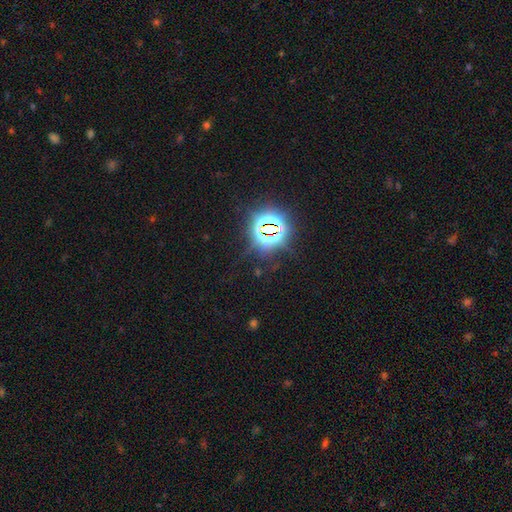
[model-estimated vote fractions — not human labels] Smooth or featured? star or artifact (83%)